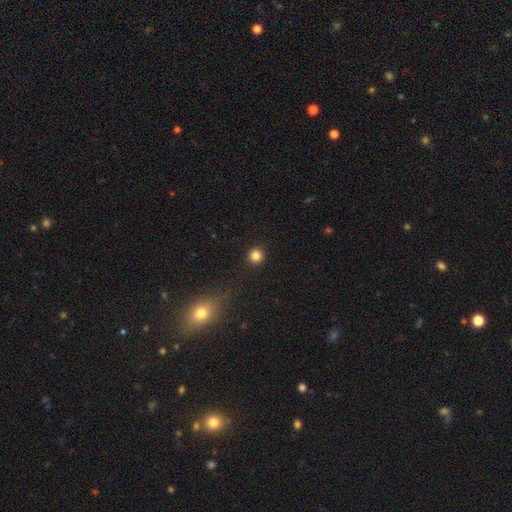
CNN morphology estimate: A smooth galaxy with no disk features (83%) that is round (94%). Merging: none (92%).